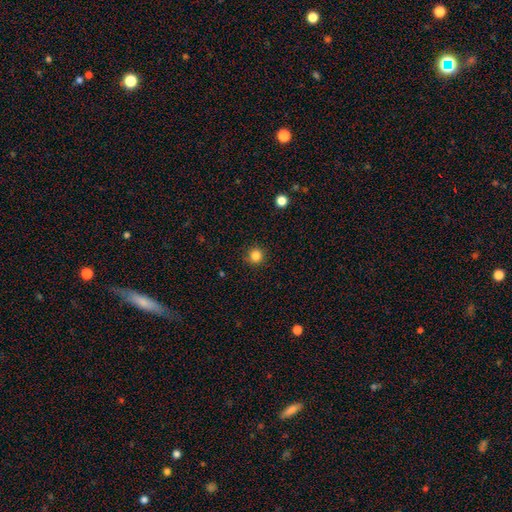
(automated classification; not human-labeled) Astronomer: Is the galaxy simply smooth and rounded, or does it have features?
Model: smooth — 84%.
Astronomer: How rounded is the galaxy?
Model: round — 95%.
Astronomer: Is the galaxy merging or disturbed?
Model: none — 90%.